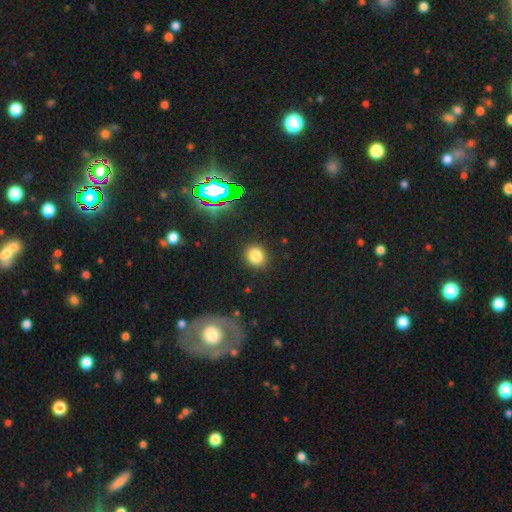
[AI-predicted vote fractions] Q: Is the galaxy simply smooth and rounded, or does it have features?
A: smooth — 80%.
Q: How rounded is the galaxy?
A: round — 75%.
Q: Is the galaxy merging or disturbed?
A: none — 89%.